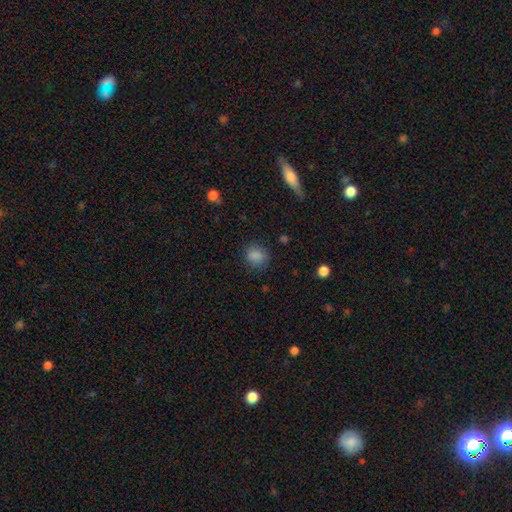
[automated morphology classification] A smooth galaxy with no disk features (84%) that is round (70%).

Vote fractions:
- Smooth or featured? smooth: 84% / star or artifact: 11% / featured or disk: 5%
- How rounded? round: 70% / in between: 29% / cigar-shaped: 1%
- Merging? none: 80% / minor disturbance: 14% / major disturbance: 5% / merger: 1%